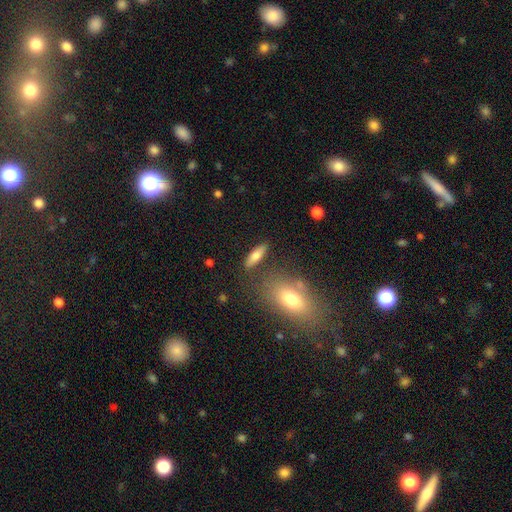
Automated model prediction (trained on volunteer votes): A smooth galaxy with no disk features (74%) that is in between round and cigar-shaped (49%).

Vote fractions:
- Smooth or featured? smooth: 74% / featured or disk: 18% / star or artifact: 7%
- How rounded? in between: 49% / cigar-shaped: 48% / round: 4%
- Merging? none: 78% / minor disturbance: 12% / merger: 6% / major disturbance: 4%